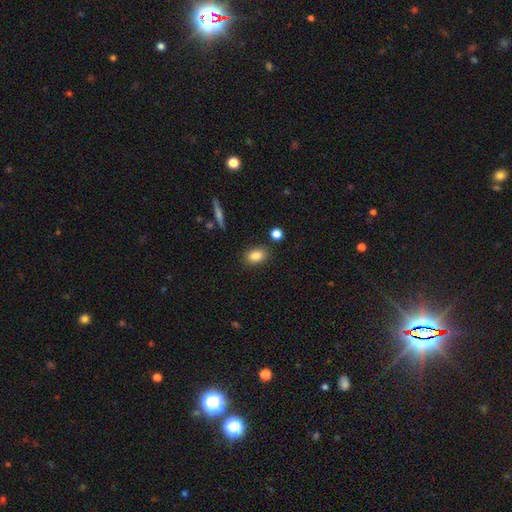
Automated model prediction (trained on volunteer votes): Smooth or featured: smooth — 84% (star or artifact — 9%)
How rounded: in between — 78% (round — 19%)
Merging: none — 84% (minor disturbance — 10%)